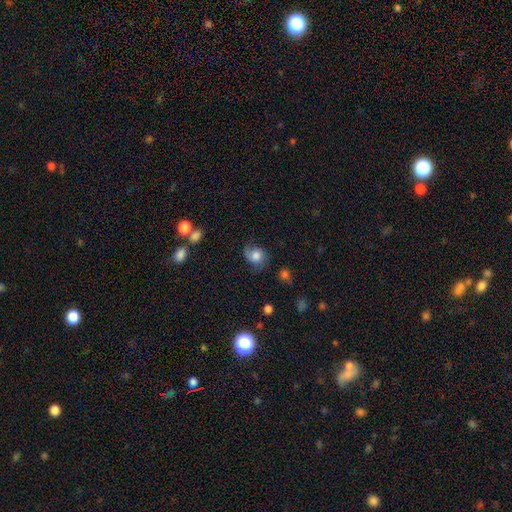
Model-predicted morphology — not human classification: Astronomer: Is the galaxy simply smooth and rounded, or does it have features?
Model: smooth — 62%.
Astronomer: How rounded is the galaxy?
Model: round — 64%.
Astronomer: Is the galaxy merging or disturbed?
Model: none — 54%.